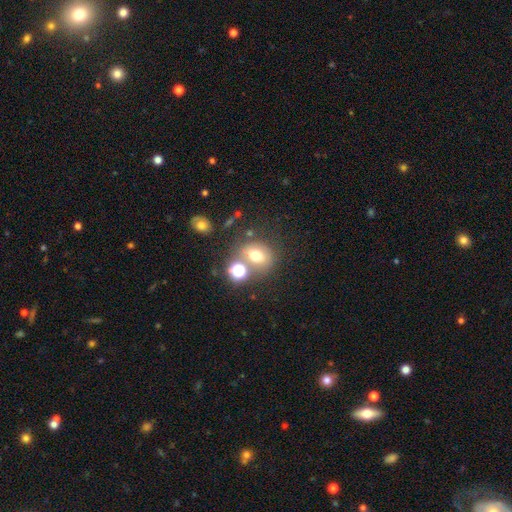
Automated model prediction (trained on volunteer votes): Smooth or featured: smooth — 66% (star or artifact — 18%)
How rounded: round — 57% (in between — 42%)
Merging: none — 56% (merger — 24%)